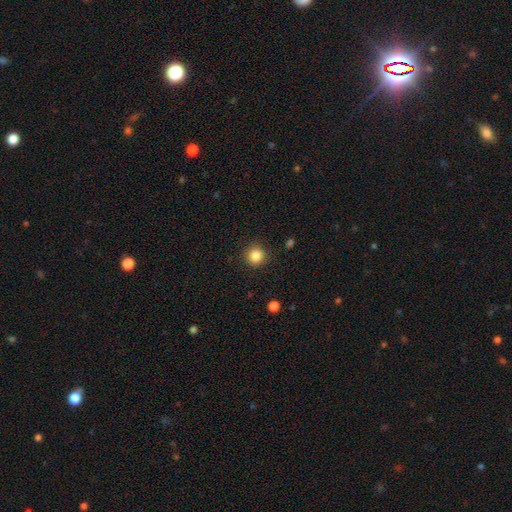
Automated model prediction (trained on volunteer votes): smooth-or-featured: smooth: 85% | star or artifact: 11% | featured or disk: 4%
  how-rounded: round: 94% | in between: 5% | cigar-shaped: 1%
  merging: none: 89% | minor disturbance: 7% | major disturbance: 2% | merger: 1%